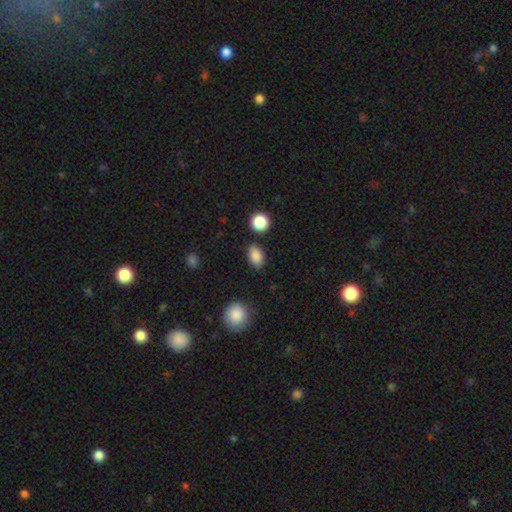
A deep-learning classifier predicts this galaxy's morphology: smooth_or_featured: smooth (p=0.87) [alt: star or artifact p=0.09]
how_rounded: in between (p=0.84) [alt: round p=0.14]
merging: none (p=0.84) [alt: minor disturbance p=0.10]